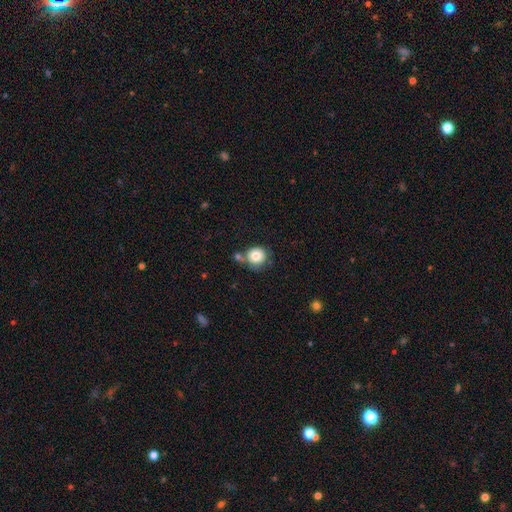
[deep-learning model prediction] smooth_or_featured: smooth (p=0.79) [alt: featured or disk p=0.12]
how_rounded: round (p=0.89) [alt: in between p=0.10]
merging: none (p=0.56) [alt: merger p=0.21]